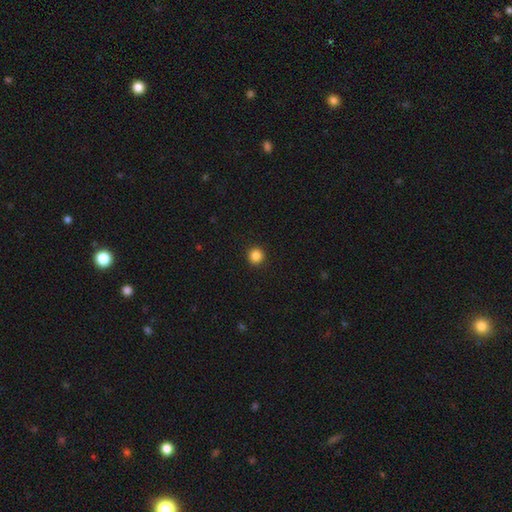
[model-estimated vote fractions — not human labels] Morphology: type=smooth (86%); roundness=round (95%); merging=none (93%).